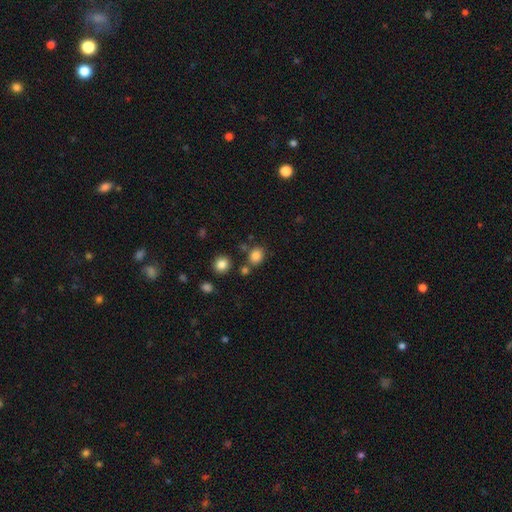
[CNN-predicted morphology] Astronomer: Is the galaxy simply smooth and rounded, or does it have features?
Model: smooth — 83%.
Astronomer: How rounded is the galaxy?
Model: round — 62% (runner-up: in between, 37%).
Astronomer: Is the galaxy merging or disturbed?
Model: none — 71%.